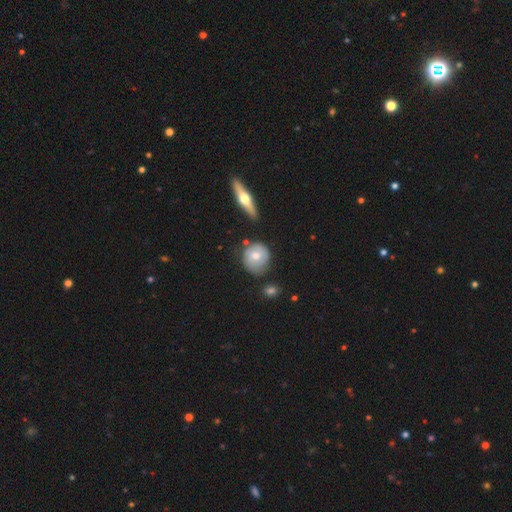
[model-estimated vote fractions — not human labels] A smooth galaxy with no disk features (57%) that is round (83%). Merging: none (69%).